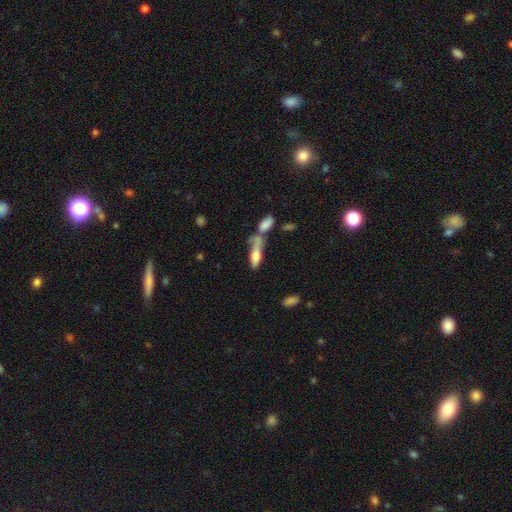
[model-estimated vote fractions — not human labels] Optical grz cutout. It shows a smooth galaxy with no disk features (62%) that is in between round and cigar-shaped (50%). Merging: merger (50%).